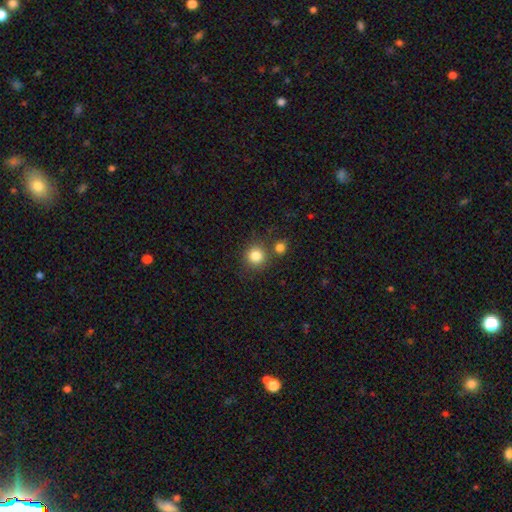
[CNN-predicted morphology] A smooth galaxy with no disk features (83%) that is round (92%).

Vote fractions:
- Smooth or featured? smooth: 83% / star or artifact: 11% / featured or disk: 5%
- How rounded? round: 92% / in between: 7% / cigar-shaped: 1%
- Merging? none: 75% / merger: 14% / minor disturbance: 8% / major disturbance: 3%